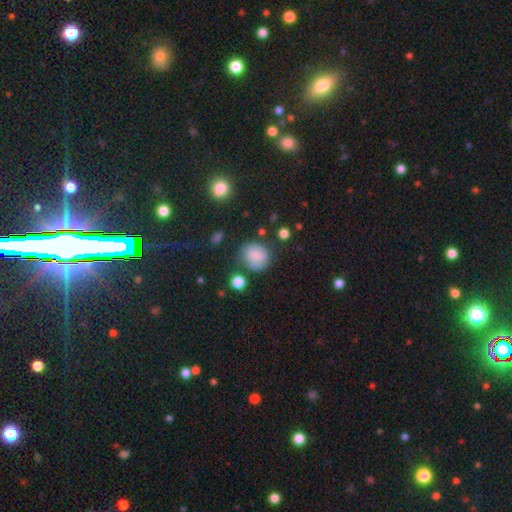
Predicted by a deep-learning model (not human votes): Smooth or featured? smooth (76%)
How rounded? round (73%)
Merging? none (69%)